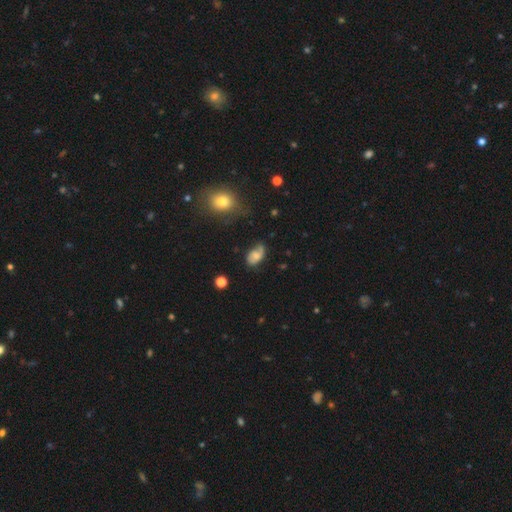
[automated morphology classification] The model was most divided on "smooth or featured": smooth: 48%, featured or disk: 42%, star or artifact: 10%. More confident: merging — none (53%).